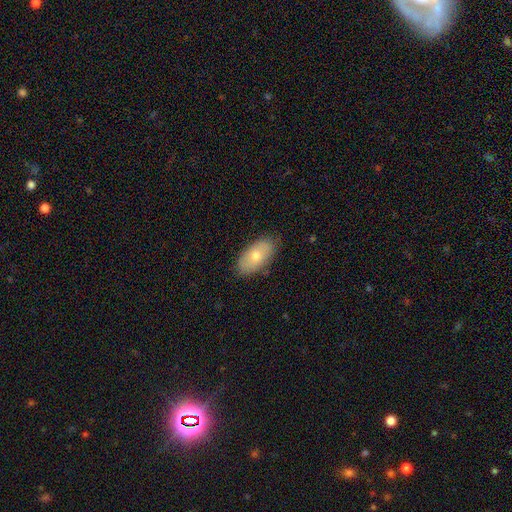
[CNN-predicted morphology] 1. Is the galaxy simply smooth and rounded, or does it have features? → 66% smooth, 26% featured or disk, 7% star or artifact.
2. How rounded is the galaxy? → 92% in between, 4% cigar-shaped, 4% round.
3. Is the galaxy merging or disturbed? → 85% none, 12% minor disturbance, 2% major disturbance, 1% merger.